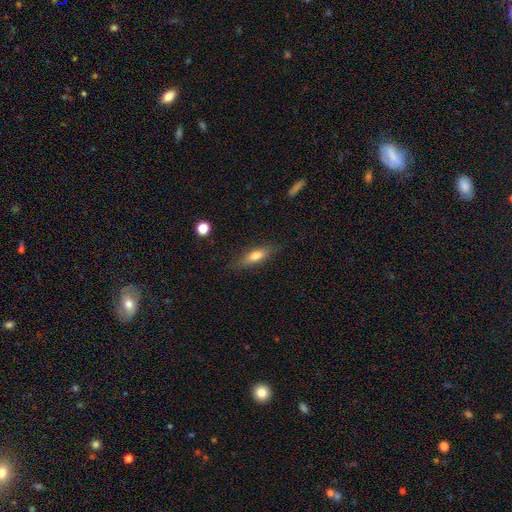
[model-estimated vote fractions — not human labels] Q: Smooth or featured?
A: smooth (69%); runner-up: featured or disk (24%)
Q: How rounded?
A: in between (50%); runner-up: cigar-shaped (47%)
Q: Merging?
A: none (81%); runner-up: minor disturbance (14%)